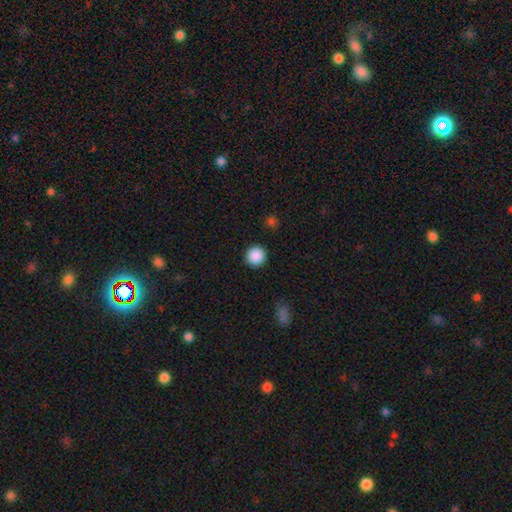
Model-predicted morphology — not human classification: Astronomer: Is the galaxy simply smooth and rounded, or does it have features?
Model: smooth — 89%.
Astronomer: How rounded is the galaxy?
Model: round — 96%.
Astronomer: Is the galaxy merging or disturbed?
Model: none — 92%.